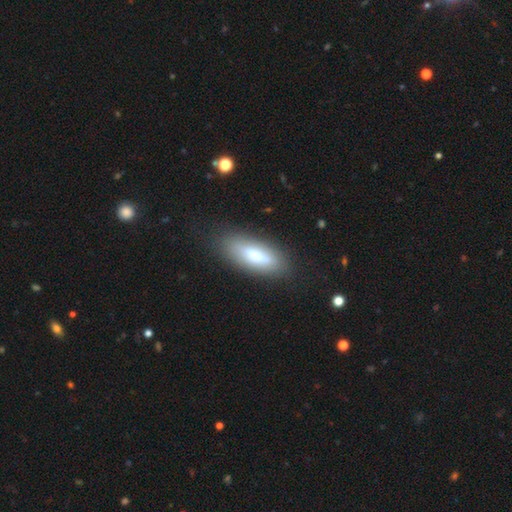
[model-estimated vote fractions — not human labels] smooth 64%, featured or disk 29%, star or artifact 8%. Down the decision tree: how rounded — in between (67%); merging — none (82%).